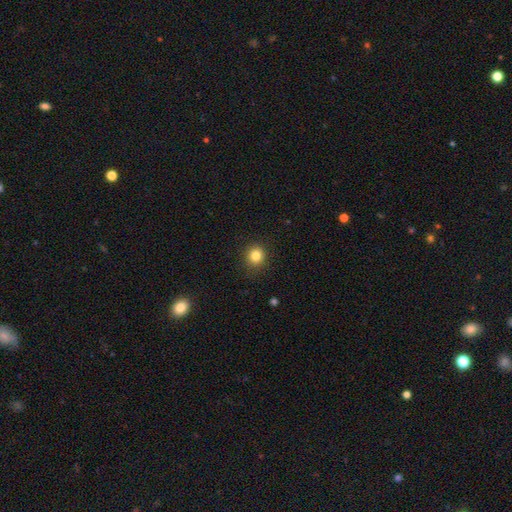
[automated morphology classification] Q: Smooth or featured?
A: smooth (83%); runner-up: star or artifact (11%)
Q: How rounded?
A: round (87%); runner-up: in between (12%)
Q: Merging?
A: none (89%); runner-up: minor disturbance (7%)